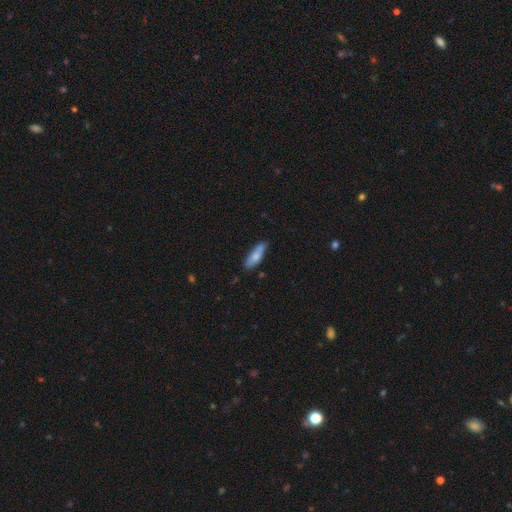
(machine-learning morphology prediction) A smooth galaxy with no disk features (73%) that is cigar-shaped (56%).

Vote fractions:
- Smooth or featured? smooth: 73% / featured or disk: 21% / star or artifact: 6%
- How rounded? cigar-shaped: 56% / in between: 42% / round: 2%
- Merging? none: 69% / minor disturbance: 21% / merger: 7% / major disturbance: 4%